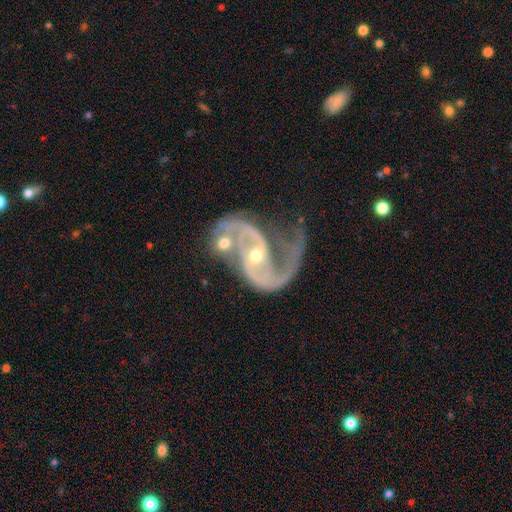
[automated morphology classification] Smooth or featured?
  - featured or disk: 92% *
  - star or artifact: 5%
  - smooth: 3%
Edge-on disk?
  - no: 98% *
  - yes: 2%
Bar?
  - no: 46% *
  - weak: 34%
  - strong: 20%
Spiral arms?
  - yes: 97% *
  - no: 3%
Spiral winding?
  - medium: 50% *
  - loose: 35%
  - tight: 15%
Spiral arm count?
  - 2: 88% *
  - 1: 4%
  - can't tell: 3%
  - 3: 2%
  - 4: 1%
  - more than 4: 1%
Bulge size?
  - small: 55% *
  - moderate: 42%
  - large: 1%
  - none: 1%
  - dominant: 1%
Merging?
  - none: 33% *
  - merger: 29%
  - major disturbance: 21%
  - minor disturbance: 17%